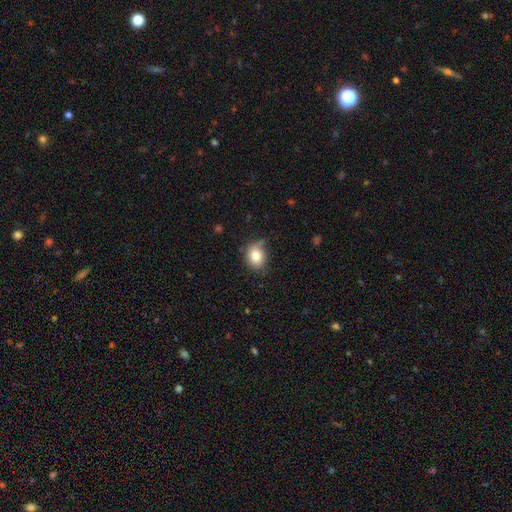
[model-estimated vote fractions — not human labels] smooth-or-featured: smooth: 81% | star or artifact: 10% | featured or disk: 9%
  how-rounded: round: 56% | in between: 43% | cigar-shaped: 1%
  merging: none: 68% | minor disturbance: 24% | major disturbance: 5% | merger: 2%